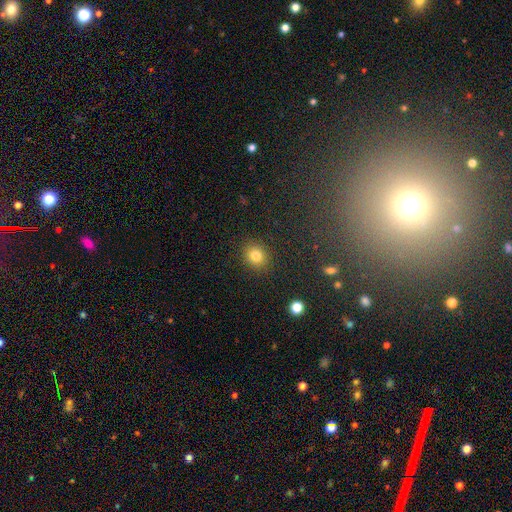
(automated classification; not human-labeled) A smooth galaxy with no disk features (81%) that is round (74%).

Vote fractions:
- Smooth or featured? smooth: 81% / star or artifact: 12% / featured or disk: 7%
- How rounded? round: 74% / in between: 25% / cigar-shaped: 1%
- Merging? none: 89% / minor disturbance: 7% / major disturbance: 3% / merger: 1%